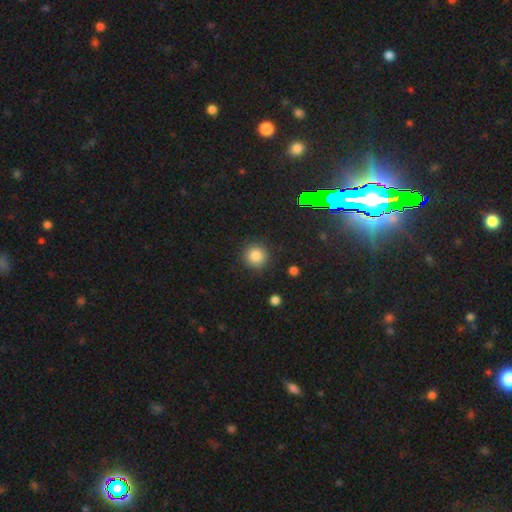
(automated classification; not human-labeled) This is clearly a smooth galaxy (84%). How rounded: clearly round (94%). Merging: clearly none (89%).